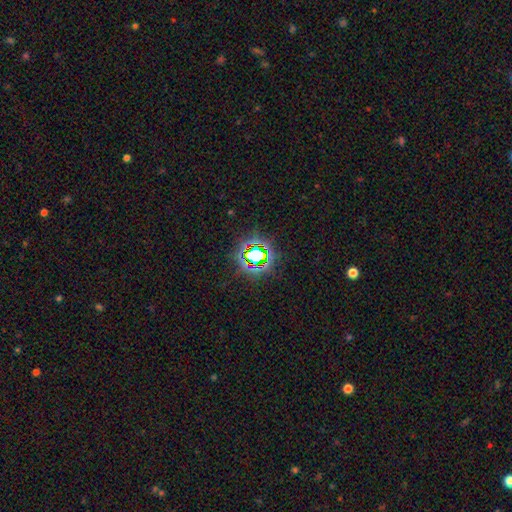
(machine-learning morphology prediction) Smooth or featured: star or artifact — 74% (smooth — 16%)